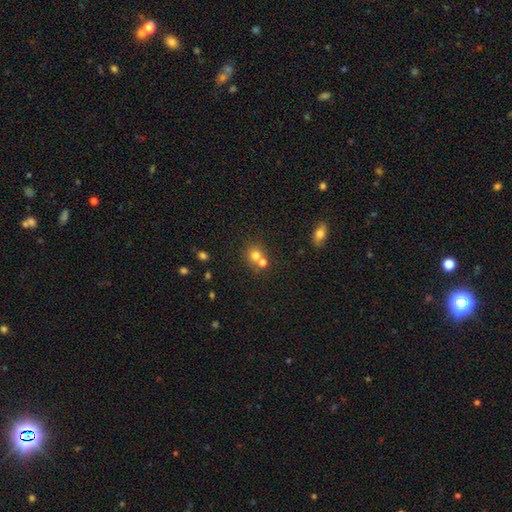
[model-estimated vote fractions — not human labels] A smooth galaxy with no disk features (73%) that is round (84%). Merging: none (49%).